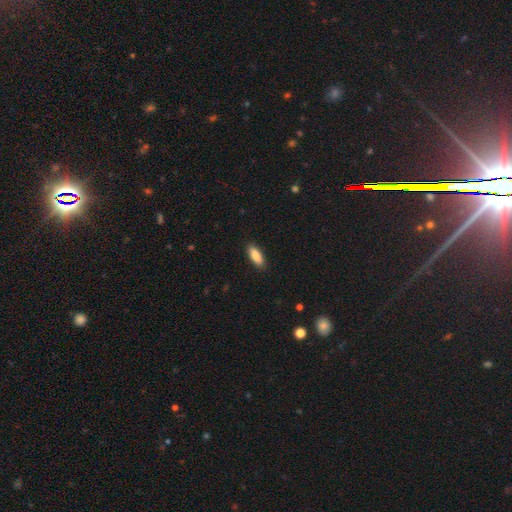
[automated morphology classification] Overall: smooth (87%). How rounded: in between (73%). Merging: none (89%).